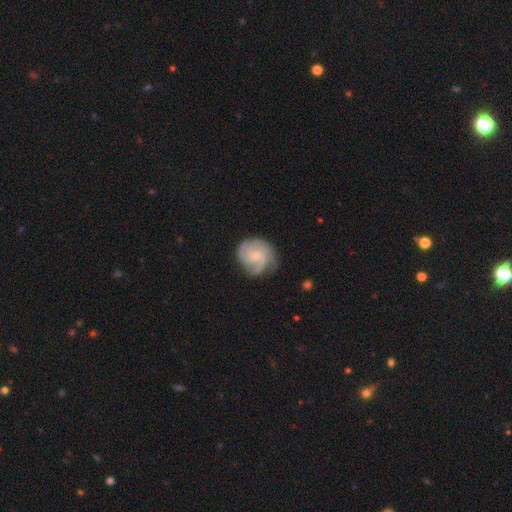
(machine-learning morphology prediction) Smooth or featured?
  - featured or disk: 85% *
  - smooth: 10%
  - star or artifact: 5%
Edge-on disk?
  - no: 98% *
  - yes: 2%
Bar?
  - no: 68% *
  - weak: 28%
  - strong: 4%
Spiral arms?
  - yes: 98% *
  - no: 2%
Spiral winding?
  - tight: 54% *
  - medium: 38%
  - loose: 8%
Spiral arm count?
  - 3: 51% *
  - 2: 13%
  - 4: 13%
  - can't tell: 13%
  - 1: 5%
  - more than 4: 5%
Bulge size?
  - small: 69% *
  - moderate: 24%
  - none: 5%
  - large: 1%
  - dominant: 1%
Merging?
  - none: 73% *
  - minor disturbance: 19%
  - major disturbance: 6%
  - merger: 1%